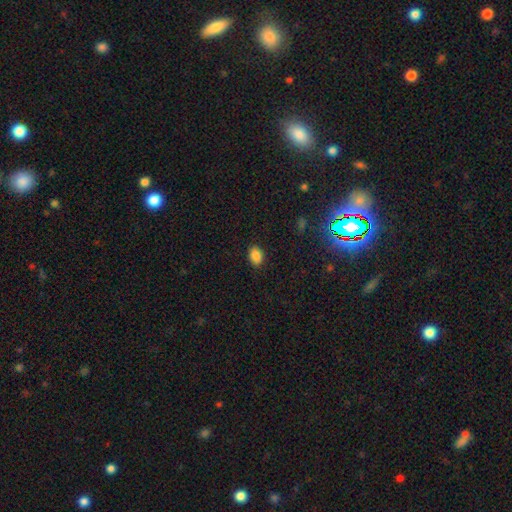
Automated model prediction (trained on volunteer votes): This is clearly a smooth galaxy (87%). How rounded: likely in between (79%). Merging: clearly none (87%).